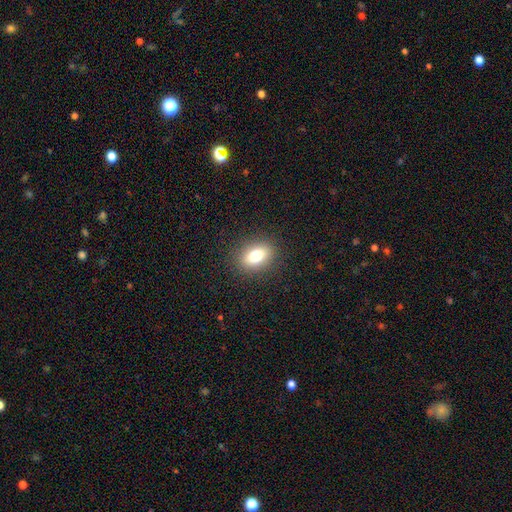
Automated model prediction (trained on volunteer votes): Overall: smooth (78%). How rounded: in between (77%). Merging: none (88%).